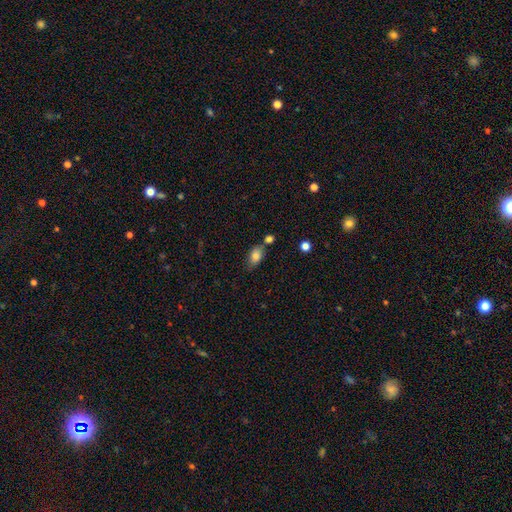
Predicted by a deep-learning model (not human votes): Smooth or featured? Predicted: smooth (p=0.82). How rounded? Predicted: in between (p=0.88). Merging? Predicted: none (p=0.62).